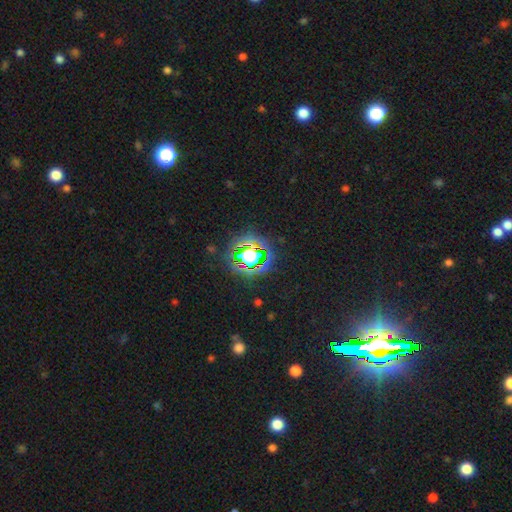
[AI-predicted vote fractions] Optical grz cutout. It shows a star or artifact, not a galaxy (67%).